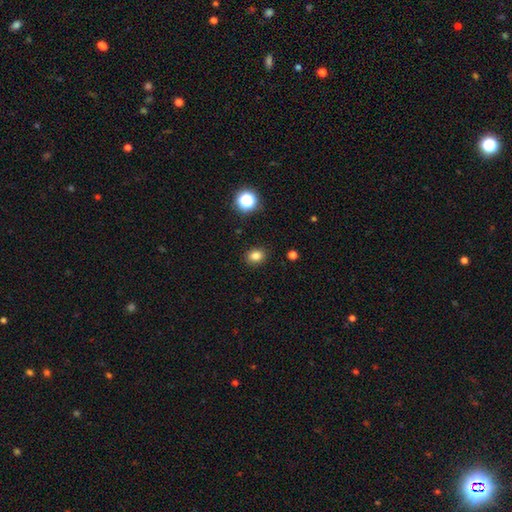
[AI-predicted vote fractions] smooth 82%, star or artifact 13%, featured or disk 5%. Down the decision tree: how rounded — in between (52%); merging — none (88%).